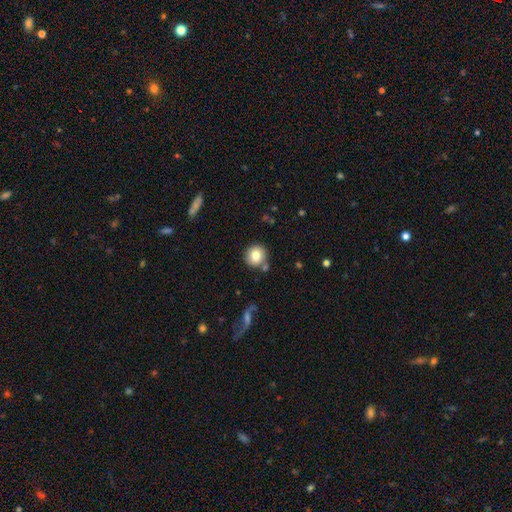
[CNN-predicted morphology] A smooth galaxy with no disk features (80%) that is round (91%).

Vote fractions:
- Smooth or featured? smooth: 80% / featured or disk: 11% / star or artifact: 9%
- How rounded? round: 91% / in between: 8% / cigar-shaped: 1%
- Merging? none: 80% / minor disturbance: 10% / merger: 7% / major disturbance: 3%